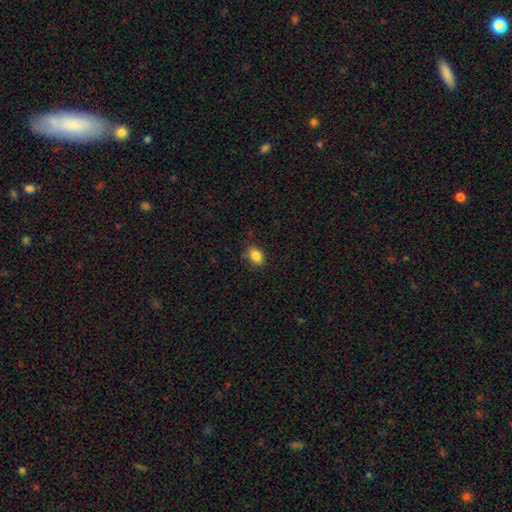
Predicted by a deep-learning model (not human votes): A smooth galaxy with no disk features (84%) that is in between round and cigar-shaped (75%). Merging: none (80%).